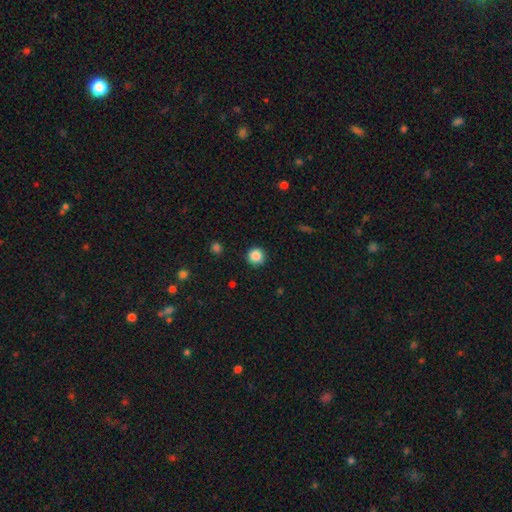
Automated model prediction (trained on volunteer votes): smooth 87%, star or artifact 10%, featured or disk 3%. Down the decision tree: how rounded — round (95%); merging — none (92%).